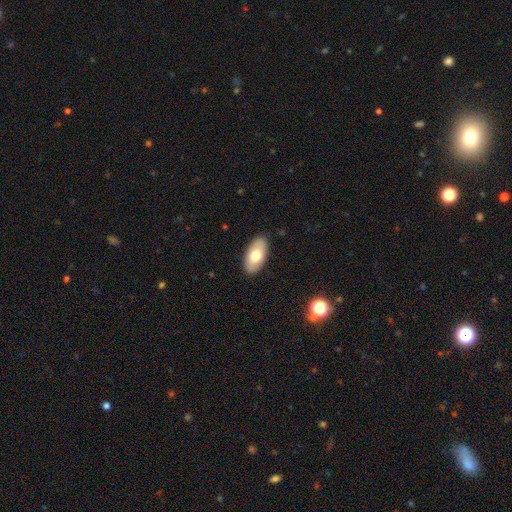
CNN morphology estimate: A smooth galaxy with no disk features (70%) that is in between round and cigar-shaped (94%). Merging: none (88%).